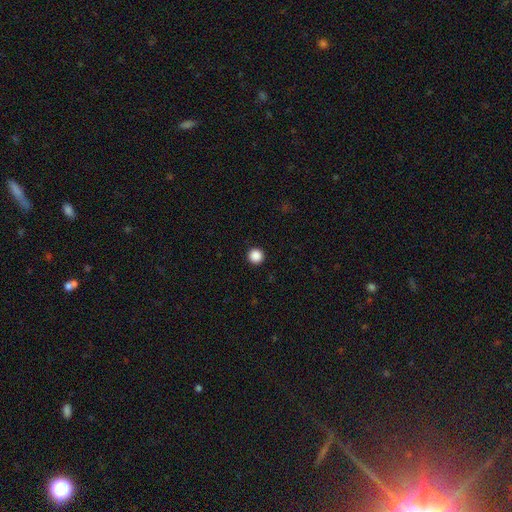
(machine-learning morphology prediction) A smooth galaxy with no disk features (88%) that is round (97%). Merging: none (94%).